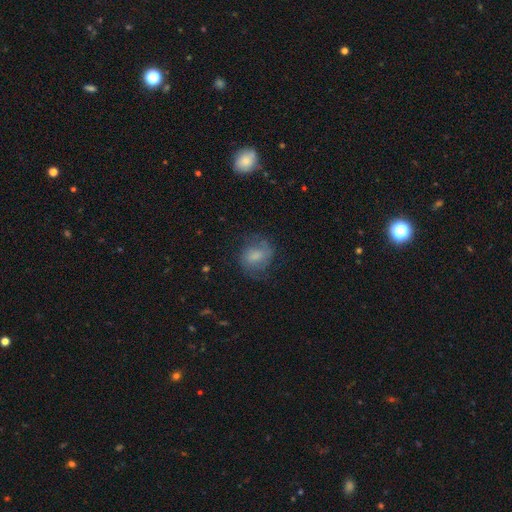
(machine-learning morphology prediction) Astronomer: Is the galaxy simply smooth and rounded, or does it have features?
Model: smooth — 49% (runner-up: featured or disk, 41%).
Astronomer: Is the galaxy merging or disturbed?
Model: none — 62%.